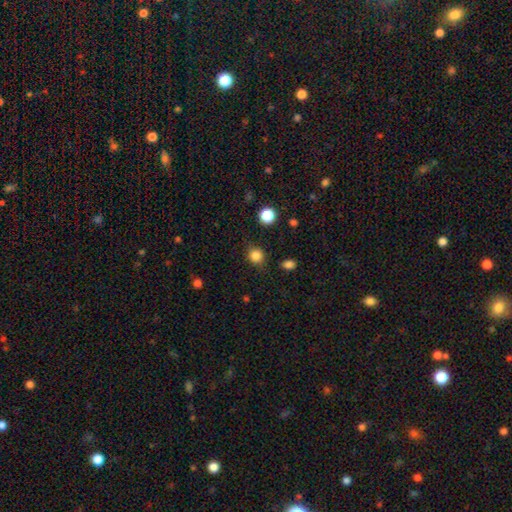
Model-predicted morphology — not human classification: Smooth or featured: smooth — 84% (star or artifact — 12%)
How rounded: round — 85% (in between — 14%)
Merging: none — 81% (minor disturbance — 13%)